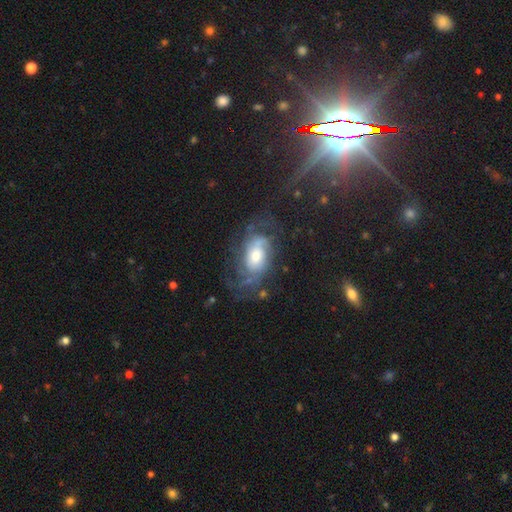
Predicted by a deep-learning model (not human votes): Smooth or featured? Predicted: featured or disk (p=0.73). Edge-on disk? Predicted: no (p=0.95). Bar? Predicted: no (p=0.65). Spiral arms? Predicted: yes (p=0.87). Spiral winding? Predicted: tight (p=0.41). Spiral arm count? Predicted: can't tell (p=0.44). Bulge size? Predicted: moderate (p=0.56). Merging? Predicted: none (p=0.55).